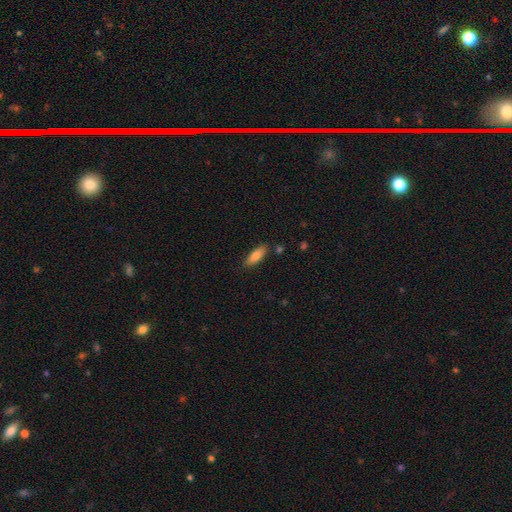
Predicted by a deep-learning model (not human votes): smooth 80%, featured or disk 13%, star or artifact 7%. Down the decision tree: how rounded — in between (62%); merging — none (84%).